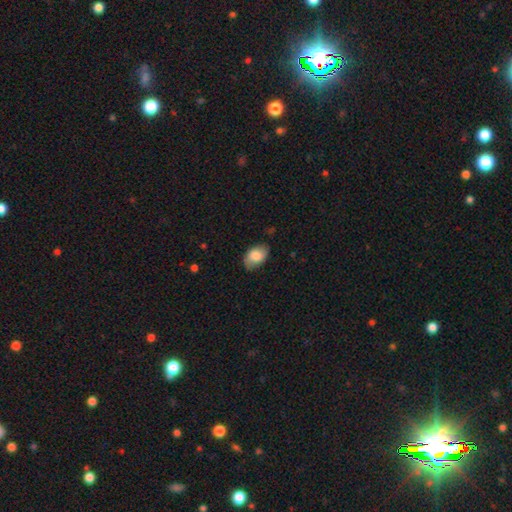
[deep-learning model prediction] A smooth galaxy with no disk features (78%) that is in between round and cigar-shaped (88%). Merging: none (73%).